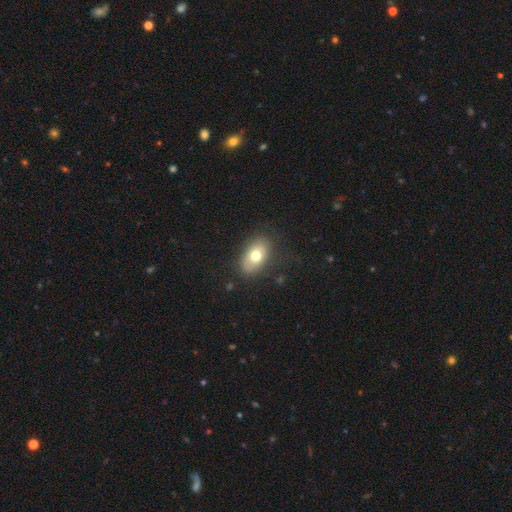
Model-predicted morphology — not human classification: This is likely a smooth galaxy (72%). How rounded: clearly in between (88%). Merging: clearly none (82%).